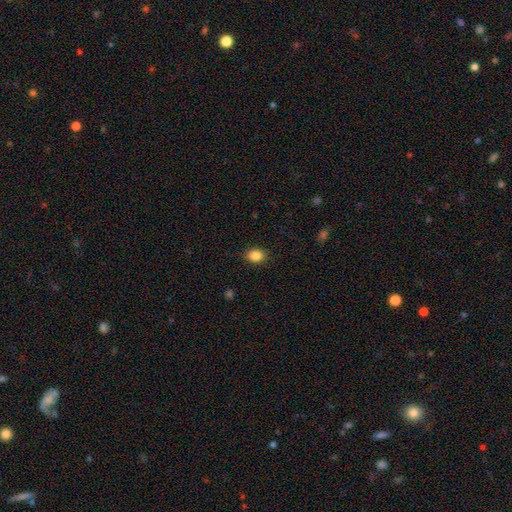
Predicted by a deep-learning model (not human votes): A smooth galaxy with no disk features (86%) that is in between round and cigar-shaped (54%). Merging: none (87%).